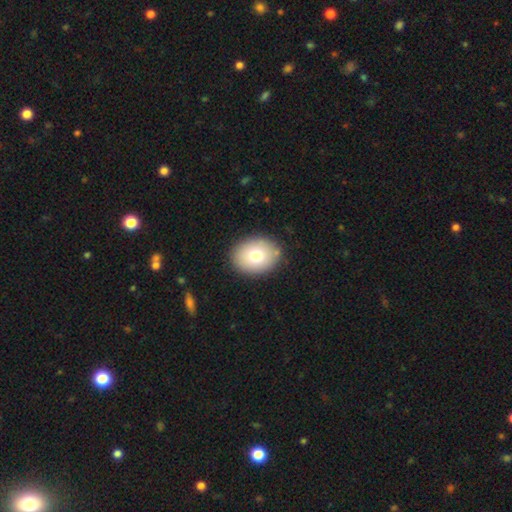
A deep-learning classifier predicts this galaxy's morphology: Overall: smooth (75%). How rounded: in between (58%; round 41%). Merging: none (88%).